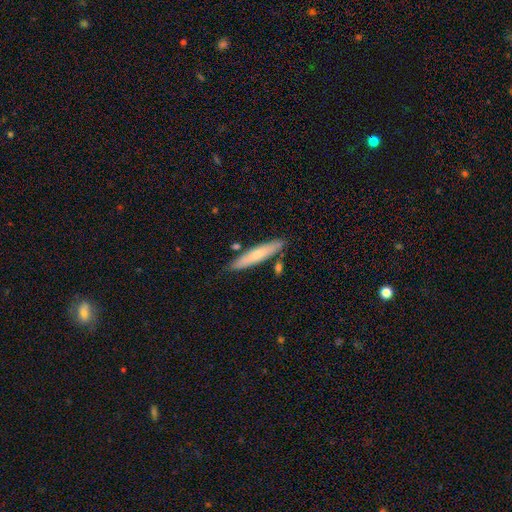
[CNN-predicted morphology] This appears to be a smooth galaxy with no disk features (59%) that is cigar-shaped (89%). Merging: none (82%).